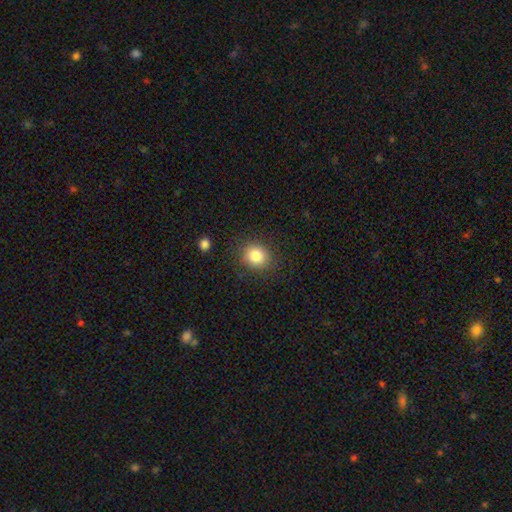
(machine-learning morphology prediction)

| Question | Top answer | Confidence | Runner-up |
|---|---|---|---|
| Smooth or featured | smooth | 82% | star or artifact (11%) |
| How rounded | round | 76% | in between (23%) |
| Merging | none | 86% | minor disturbance (9%) |